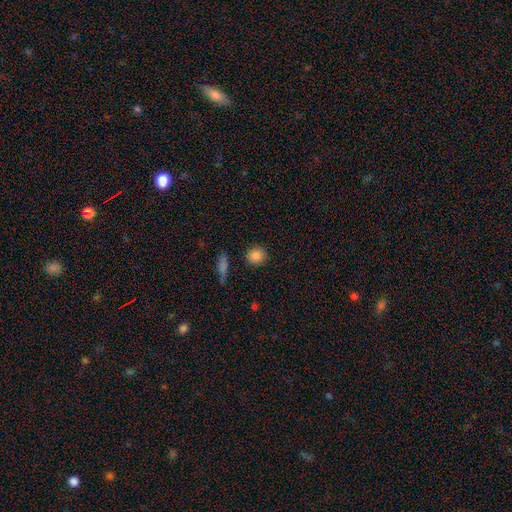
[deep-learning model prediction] A smooth galaxy with no disk features (86%) that is round (85%). Merging: none (88%).